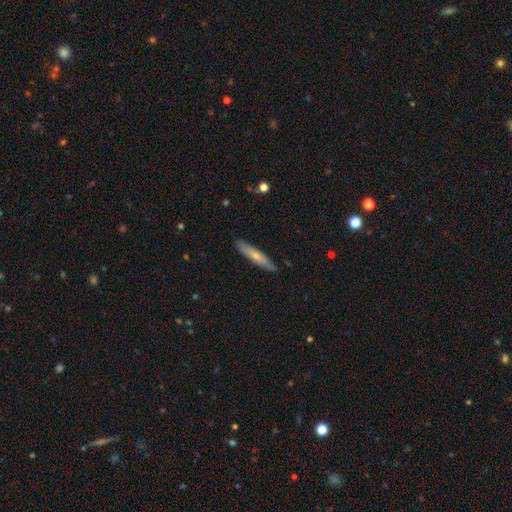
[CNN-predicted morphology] smooth-or-featured: smooth: 58% | featured or disk: 36% | star or artifact: 6%
  how-rounded: cigar-shaped: 89% | in between: 10% | round: 1%
  merging: none: 87% | minor disturbance: 10% | major disturbance: 2% | merger: 1%